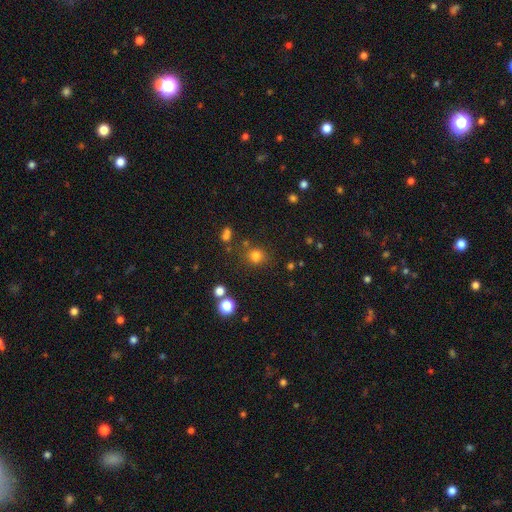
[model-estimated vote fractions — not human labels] A smooth galaxy with no disk features (76%) that is round (85%).

Vote fractions:
- Smooth or featured? smooth: 76% / star or artifact: 18% / featured or disk: 6%
- How rounded? round: 85% / in between: 14% / cigar-shaped: 1%
- Merging? none: 78% / minor disturbance: 11% / merger: 7% / major disturbance: 4%